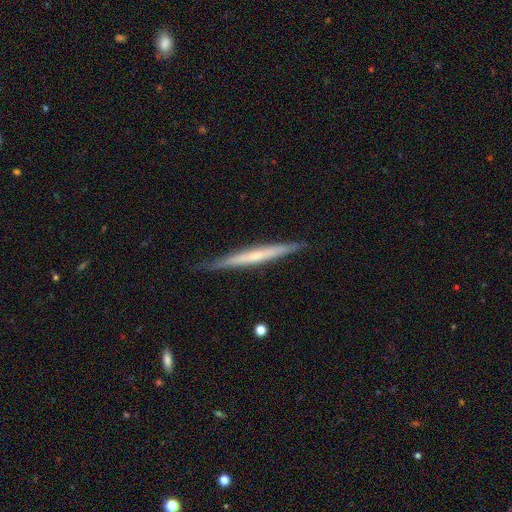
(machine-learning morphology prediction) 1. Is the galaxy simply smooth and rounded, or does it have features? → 59% featured or disk, 35% smooth, 6% star or artifact.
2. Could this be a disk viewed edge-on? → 96% yes, 4% no.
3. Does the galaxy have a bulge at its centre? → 61% none, 34% rounded, 5% boxy.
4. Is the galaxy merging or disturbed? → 86% none, 11% minor disturbance, 2% major disturbance, 1% merger.